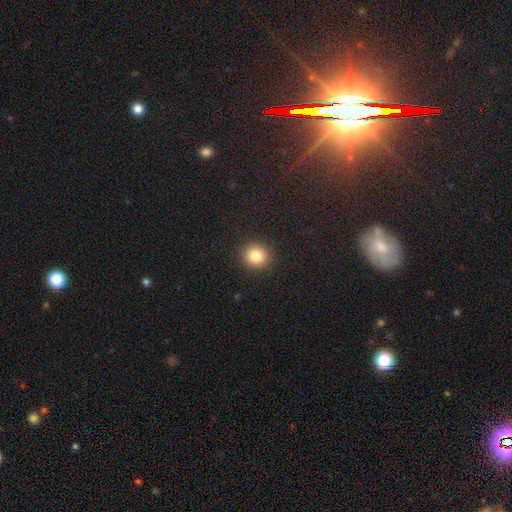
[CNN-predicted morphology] A smooth galaxy with no disk features (84%) that is round (85%).

Vote fractions:
- Smooth or featured? smooth: 84% / star or artifact: 11% / featured or disk: 6%
- How rounded? round: 85% / in between: 14% / cigar-shaped: 1%
- Merging? none: 91% / minor disturbance: 6% / major disturbance: 2% / merger: 1%